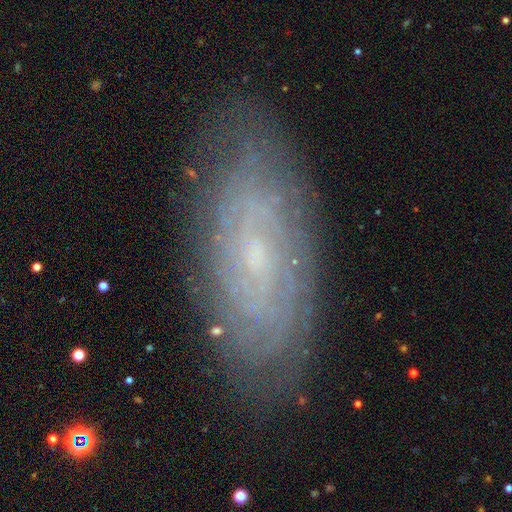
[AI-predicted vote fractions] Smooth or featured?
  - featured or disk: 68% *
  - smooth: 22%
  - star or artifact: 11%
Edge-on disk?
  - no: 89% *
  - yes: 11%
Bar?
  - no: 58% *
  - weak: 34%
  - strong: 7%
Spiral arms?
  - yes: 83% *
  - no: 17%
Bulge size?
  - small: 77% *
  - moderate: 15%
  - none: 5%
  - large: 1%
  - dominant: 1%
Merging?
  - none: 84% *
  - minor disturbance: 12%
  - major disturbance: 3%
  - merger: 1%